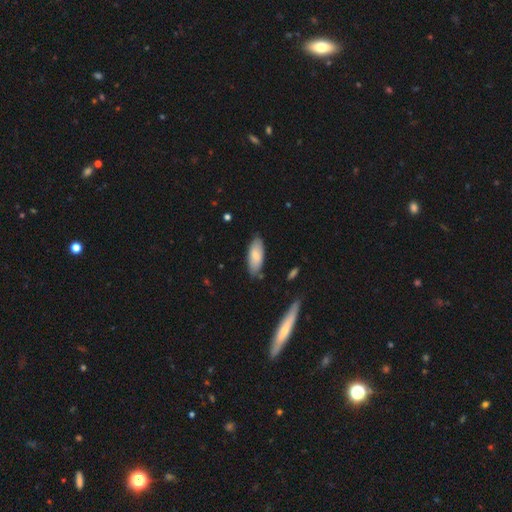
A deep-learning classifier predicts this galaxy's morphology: Smooth or featured?
  - smooth: 78% *
  - featured or disk: 16%
  - star or artifact: 6%
How rounded?
  - in between: 82% *
  - cigar-shaped: 17%
  - round: 2%
Merging?
  - none: 80% *
  - minor disturbance: 15%
  - major disturbance: 3%
  - merger: 2%